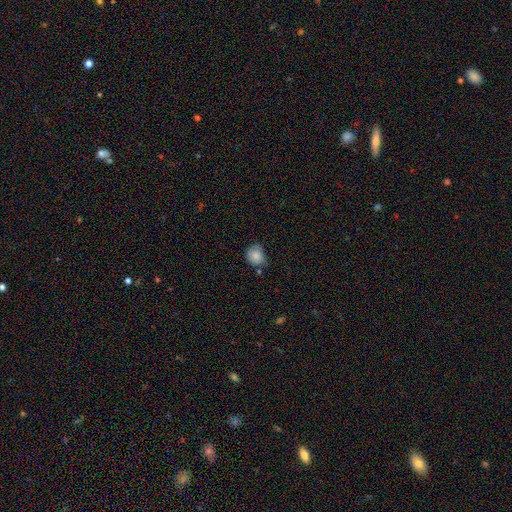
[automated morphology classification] The model was most divided on "merging": none: 60%, minor disturbance: 30%, major disturbance: 5%, merger: 5%. More confident: smooth or featured — smooth (84%); how rounded — round (72%).